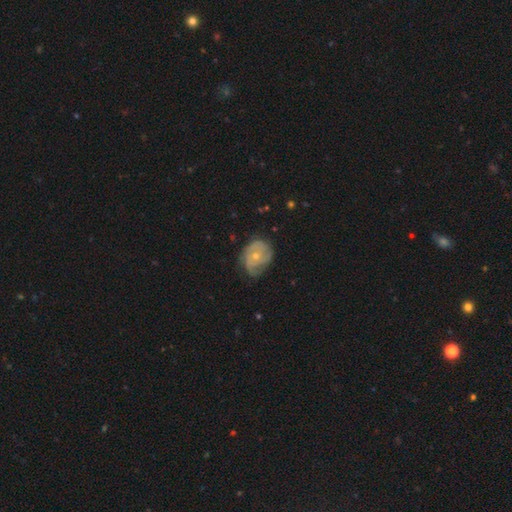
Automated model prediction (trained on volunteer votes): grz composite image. It shows a featured or disk galaxy (69%) with no bar (79%), tight (54%) spiral arms (85%) and a small central bulge (56%). Merging: none (54%).